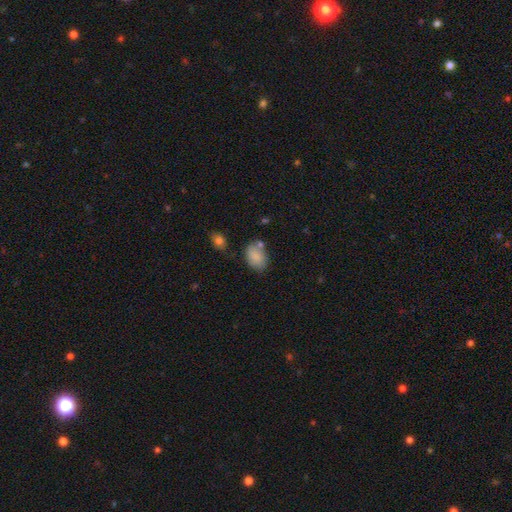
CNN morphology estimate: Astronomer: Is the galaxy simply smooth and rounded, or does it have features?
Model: smooth — 83%.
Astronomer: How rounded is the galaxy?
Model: in between — 81%.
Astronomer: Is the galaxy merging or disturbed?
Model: none — 61%.